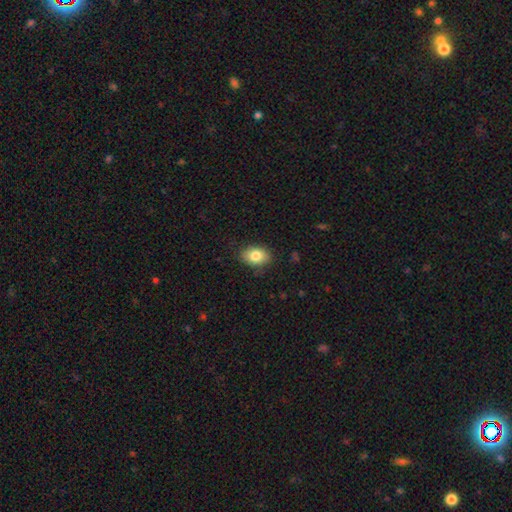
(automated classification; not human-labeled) Smooth or featured? Predicted: smooth (p=0.83). How rounded? Predicted: in between (p=0.81). Merging? Predicted: none (p=0.83).